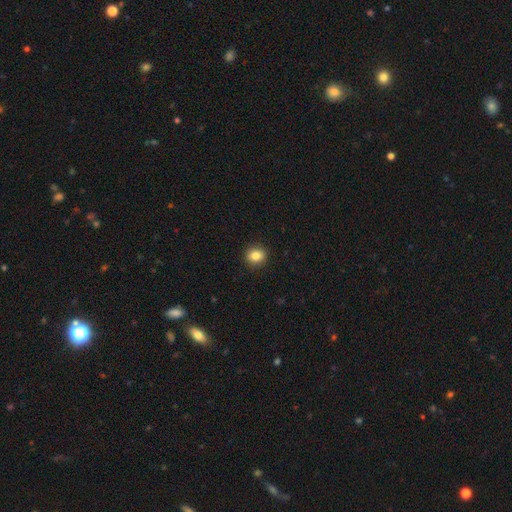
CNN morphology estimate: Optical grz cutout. It shows a smooth galaxy with no disk features (83%) that is round (82%). Merging: none (92%).